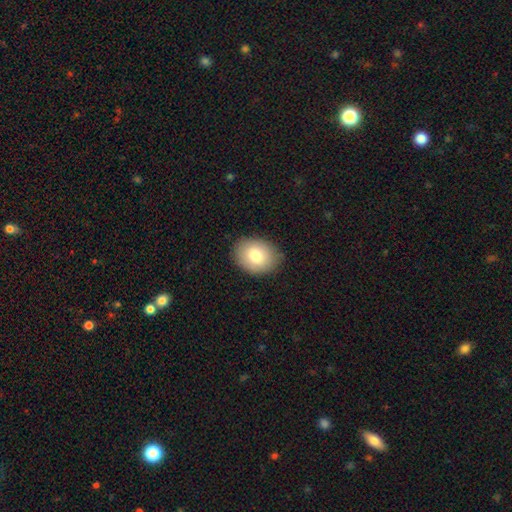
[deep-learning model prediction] smooth-or-featured: smooth: 81% | featured or disk: 12% | star or artifact: 8%
  how-rounded: in between: 66% | round: 33% | cigar-shaped: 1%
  merging: none: 85% | minor disturbance: 12% | major disturbance: 3% | merger: 1%